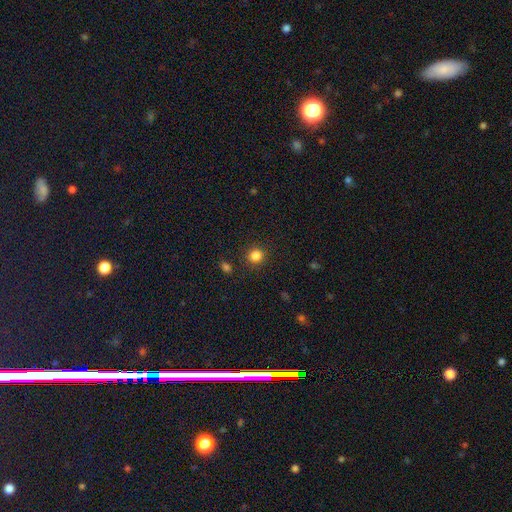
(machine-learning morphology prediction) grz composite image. It shows a smooth galaxy with no disk features (84%) that is round (89%). Merging: none (89%).